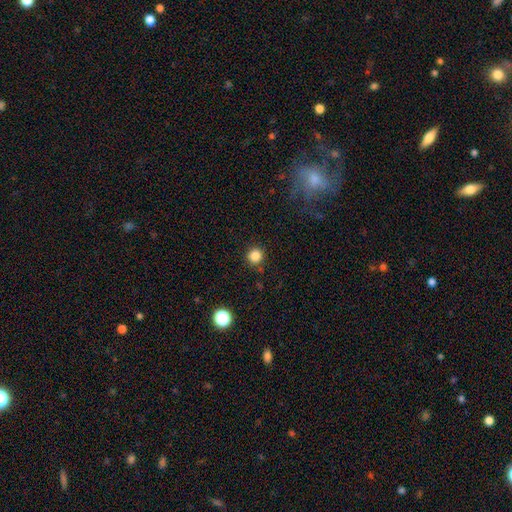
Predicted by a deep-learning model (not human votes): smooth_or_featured: smooth (p=0.84) [alt: star or artifact p=0.12]
how_rounded: round (p=0.94) [alt: in between p=0.05]
merging: none (p=0.88) [alt: minor disturbance p=0.07]